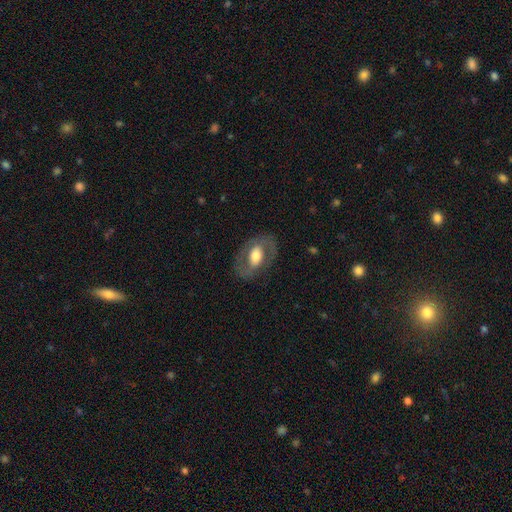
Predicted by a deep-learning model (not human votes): A featured or disk galaxy (57%) with no bar (49%), no spiral arms (55%) and a moderate central bulge (47%).

Vote fractions:
- Smooth or featured? featured or disk: 57% / smooth: 37% / star or artifact: 6%
- Edge-on disk? no: 93% / yes: 7%
- Bar? no: 49% / weak: 31% / strong: 20%
- Spiral arms? no: 55% / yes: 45%
- Bulge size? moderate: 47% / large: 40% / small: 7% / dominant: 4% / none: 2%
- Merging? none: 76% / minor disturbance: 14% / major disturbance: 9% / merger: 1%